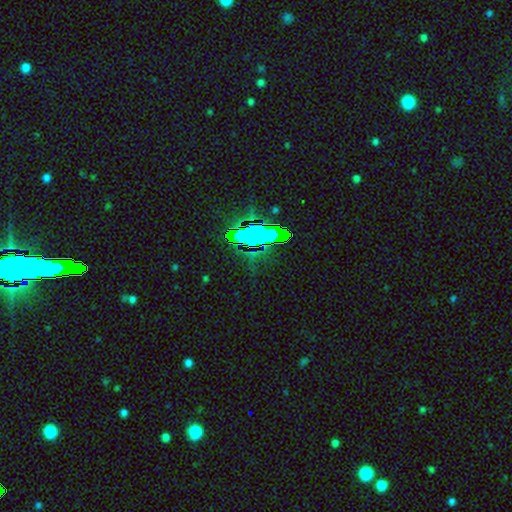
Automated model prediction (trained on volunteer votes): Smooth or featured? Predicted: star or artifact (p=0.67).